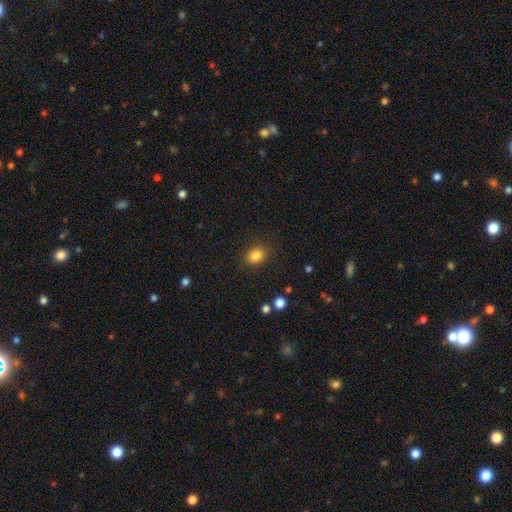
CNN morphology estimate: smooth_or_featured: smooth (p=0.84) [alt: star or artifact p=0.10]
how_rounded: in between (p=0.60) [alt: round p=0.39]
merging: none (p=0.85) [alt: minor disturbance p=0.10]